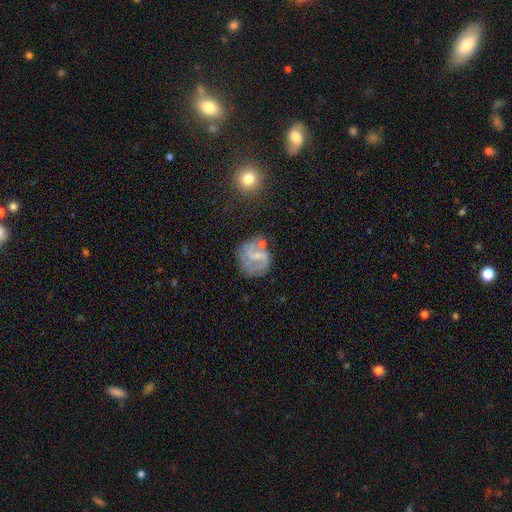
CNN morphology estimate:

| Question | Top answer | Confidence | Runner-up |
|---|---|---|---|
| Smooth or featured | featured or disk | 65% | smooth (26%) |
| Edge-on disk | no | 98% | yes (2%) |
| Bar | weak | 51% | no (33%) |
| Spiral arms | yes | 80% | no (20%) |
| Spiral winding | medium | 45% | loose (32%) |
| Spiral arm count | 2 | 69% | can't tell (16%) |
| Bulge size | small | 52% | none (26%) |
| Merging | none | 54% | minor disturbance (22%) |